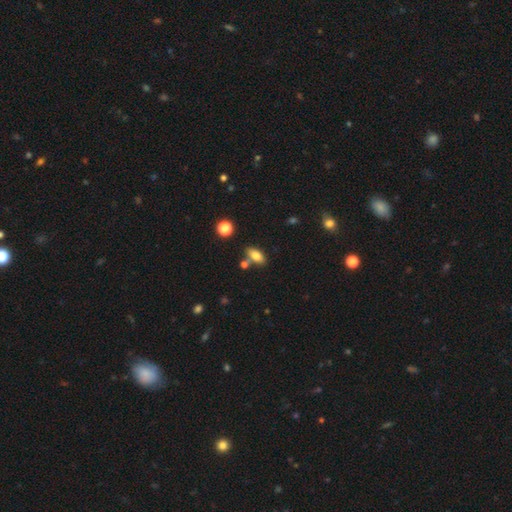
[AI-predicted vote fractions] This is likely a smooth galaxy (79%). How rounded: clearly in between (86%). Merging: likely none (70%).